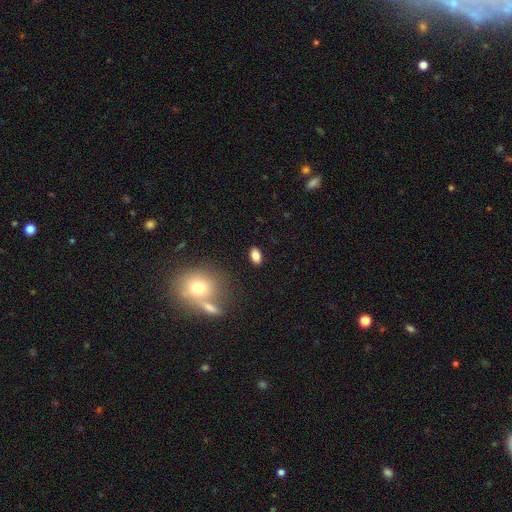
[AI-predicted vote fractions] The model was most divided on "smooth or featured": smooth: 81%, star or artifact: 10%, featured or disk: 9%. More confident: how rounded — in between (87%); merging — none (87%).